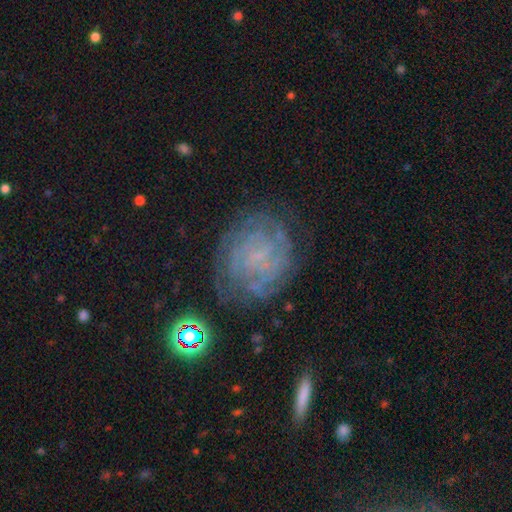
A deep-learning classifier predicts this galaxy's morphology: smooth_or_featured: featured or disk (p=0.72) [alt: smooth p=0.15]
disk_edge_on: no (p=0.97) [alt: yes p=0.03]
bar: no (p=0.64) [alt: weak p=0.29]
has_spiral_arms: yes (p=0.92) [alt: no p=0.08]
spiral_winding: tight (p=0.74) [alt: medium p=0.20]
spiral_arm_count: can't tell (p=0.43) [alt: 2 p=0.16]
bulge_size: small (p=0.56) [alt: none p=0.34]
merging: none (p=0.76) [alt: minor disturbance p=0.15]